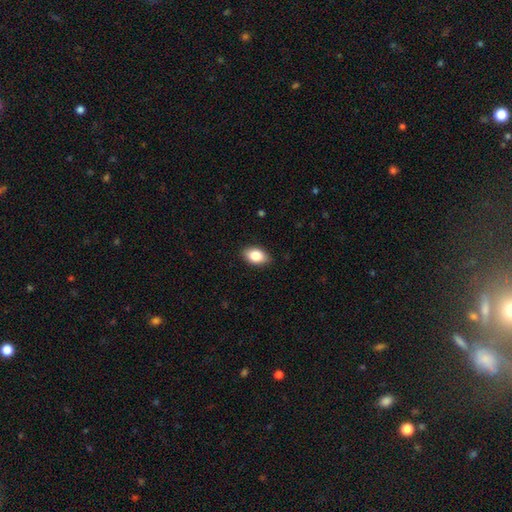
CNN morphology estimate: type=smooth (84%); roundness=in between (90%); merging=none (87%).